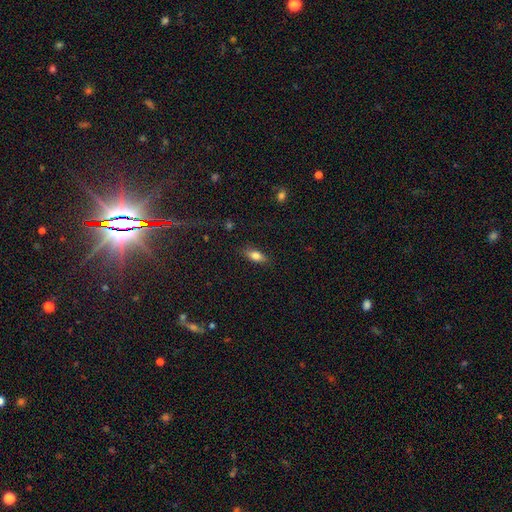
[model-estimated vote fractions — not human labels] Morphology: type=smooth (72%); roundness=in between (75%); merging=none (84%).